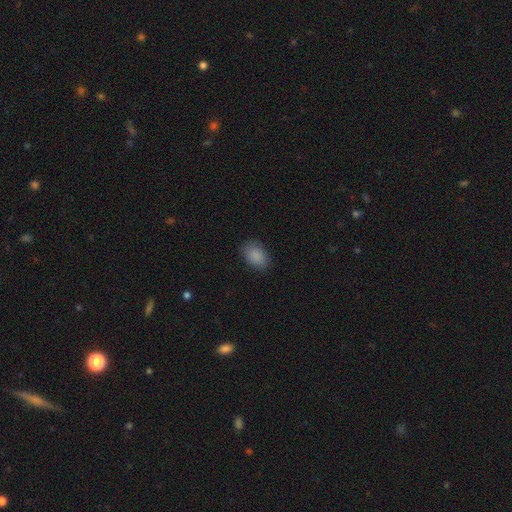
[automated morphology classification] A smooth galaxy with no disk features (88%) that is in between round and cigar-shaped (84%). Merging: none (82%).